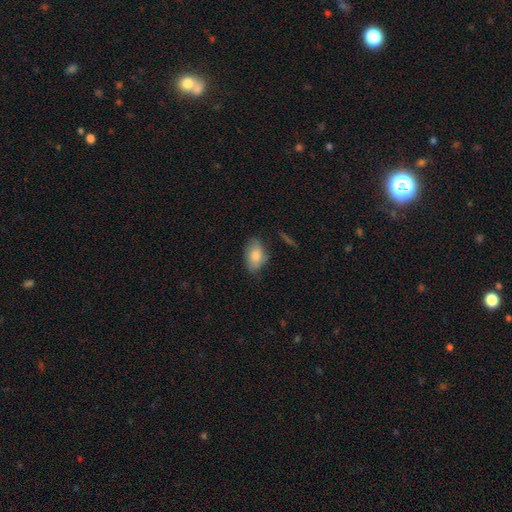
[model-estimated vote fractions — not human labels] Smooth or featured?
  - smooth: 81% *
  - featured or disk: 12%
  - star or artifact: 7%
How rounded?
  - in between: 90% *
  - round: 8%
  - cigar-shaped: 2%
Merging?
  - none: 70% *
  - minor disturbance: 23%
  - major disturbance: 5%
  - merger: 2%